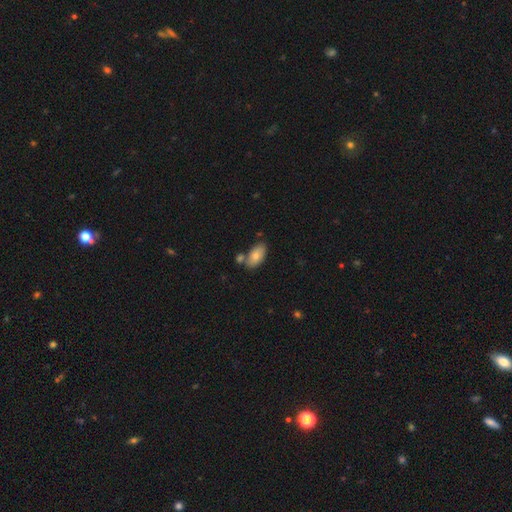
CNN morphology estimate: The model was most divided on "merging": none: 65%, merger: 18%, minor disturbance: 14%, major disturbance: 3%. More confident: how rounded — in between (93%); smooth or featured — smooth (79%).